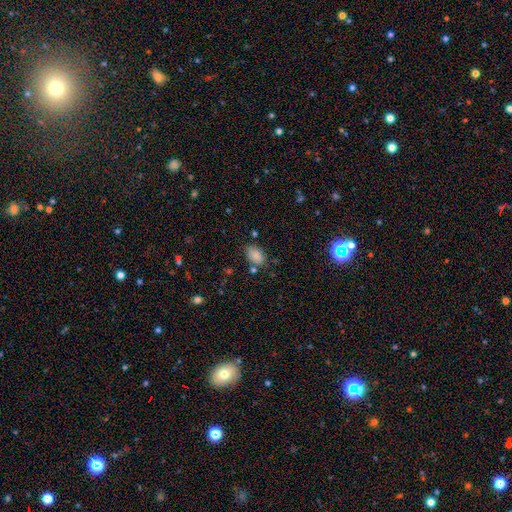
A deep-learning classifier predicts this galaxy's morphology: smooth 85%, star or artifact 9%, featured or disk 6%. Down the decision tree: how rounded — in between (84%); merging — none (74%).